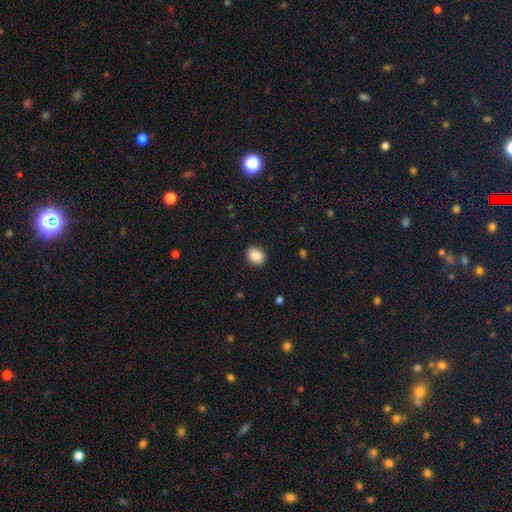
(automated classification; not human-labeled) A smooth galaxy with no disk features (89%) that is in between round and cigar-shaped (64%). Merging: none (90%).